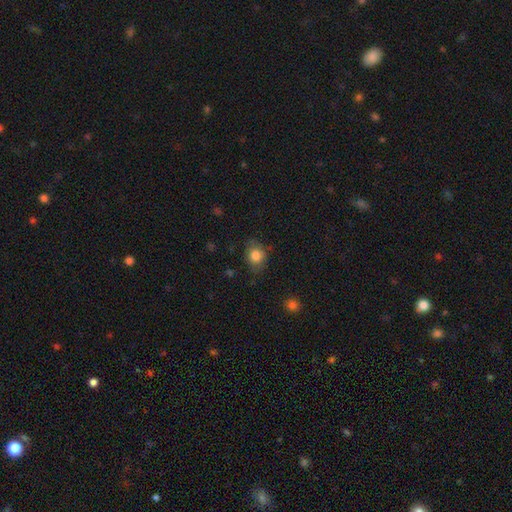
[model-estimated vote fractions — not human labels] Q: Smooth or featured?
A: smooth (82%); runner-up: featured or disk (9%)
Q: How rounded?
A: round (53%); runner-up: in between (46%)
Q: Merging?
A: none (71%); runner-up: minor disturbance (21%)